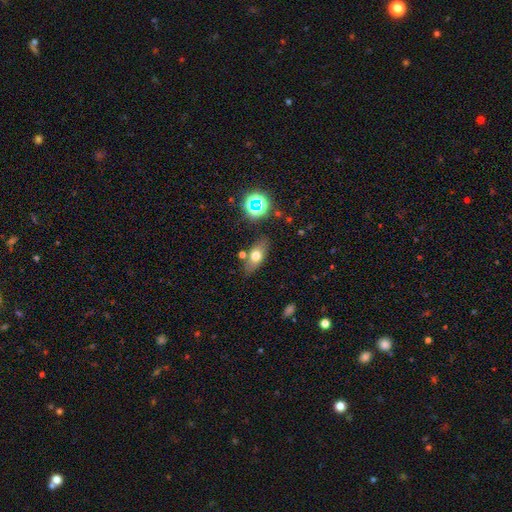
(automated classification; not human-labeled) Smooth or featured? Predicted: smooth (p=0.65). How rounded? Predicted: in between (p=0.77). Merging? Predicted: none (p=0.76).